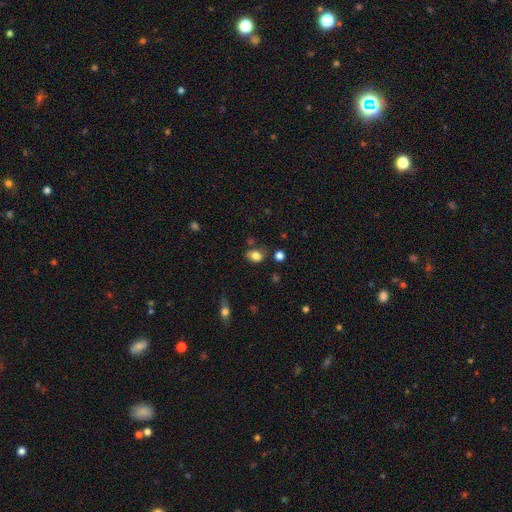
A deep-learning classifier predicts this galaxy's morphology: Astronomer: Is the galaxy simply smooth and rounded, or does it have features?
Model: smooth — 81%.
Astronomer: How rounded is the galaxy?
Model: in between — 72%.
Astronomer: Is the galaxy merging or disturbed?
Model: none — 69%.